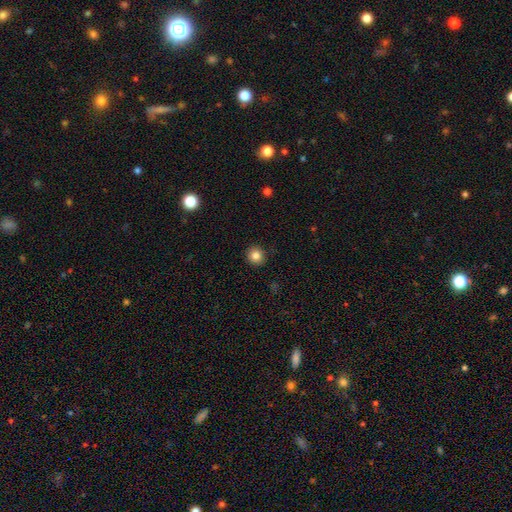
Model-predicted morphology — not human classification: Overall: smooth (84%). How rounded: round (90%). Merging: none (91%).